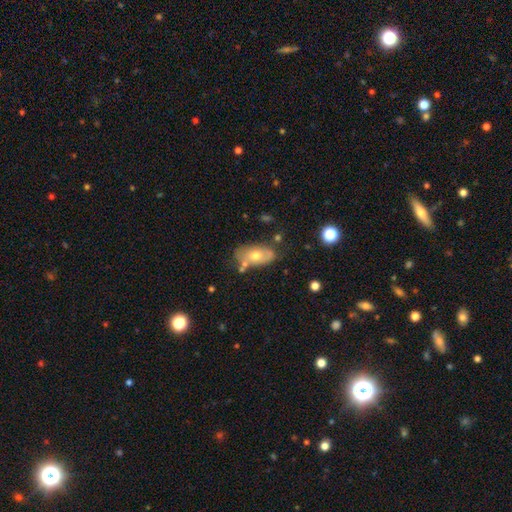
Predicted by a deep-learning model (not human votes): Smooth or featured? smooth (56%)
How rounded? in between (89%)
Merging? none (58%)